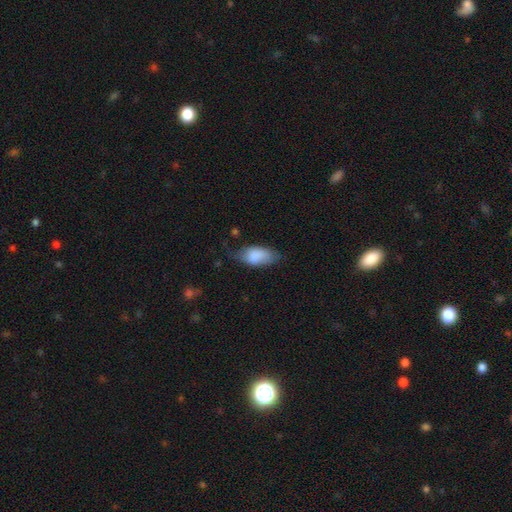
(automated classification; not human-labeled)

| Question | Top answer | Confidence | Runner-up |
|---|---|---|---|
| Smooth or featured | smooth | 83% | featured or disk (11%) |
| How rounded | in between | 92% | cigar-shaped (5%) |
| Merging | none | 51% | minor disturbance (36%) |